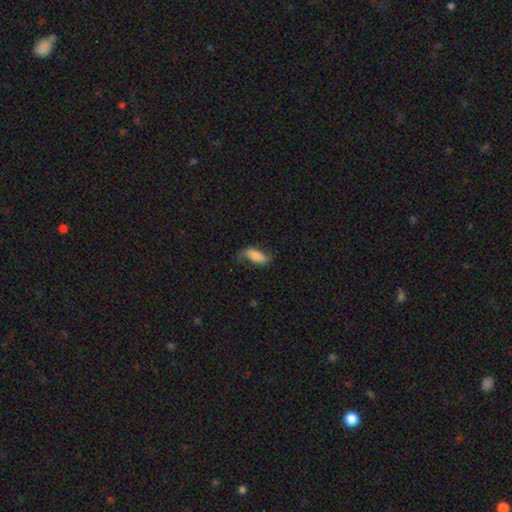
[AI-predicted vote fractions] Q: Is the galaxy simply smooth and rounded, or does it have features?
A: smooth — 48%.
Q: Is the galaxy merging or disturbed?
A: none — 63%.